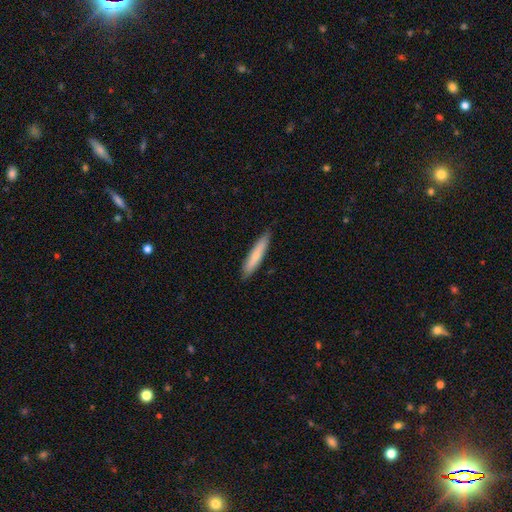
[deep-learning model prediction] smooth-or-featured: smooth: 73% | featured or disk: 21% | star or artifact: 5%
  how-rounded: cigar-shaped: 90% | in between: 8% | round: 1%
  merging: none: 87% | minor disturbance: 10% | major disturbance: 2% | merger: 1%